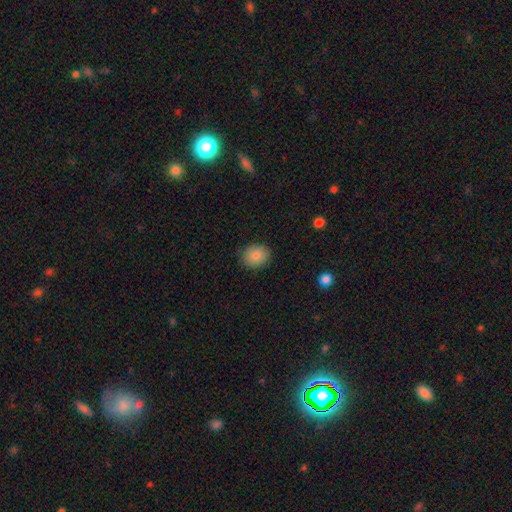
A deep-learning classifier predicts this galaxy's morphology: Smooth or featured?
  - smooth: 86% *
  - star or artifact: 8%
  - featured or disk: 6%
How rounded?
  - round: 60% *
  - in between: 39%
  - cigar-shaped: 1%
Merging?
  - none: 87% *
  - minor disturbance: 9%
  - major disturbance: 2%
  - merger: 1%